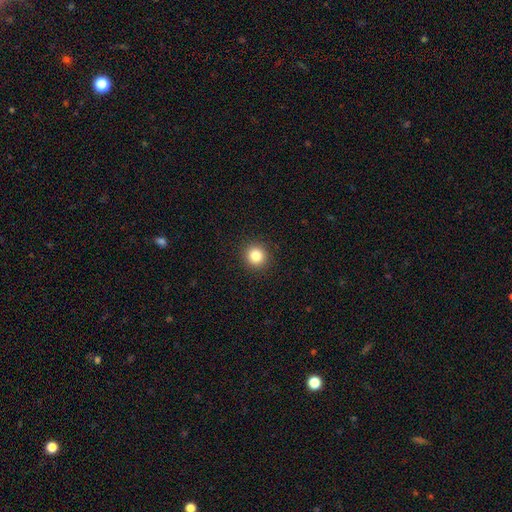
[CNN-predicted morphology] type=smooth (83%); roundness=round (93%); merging=none (92%).